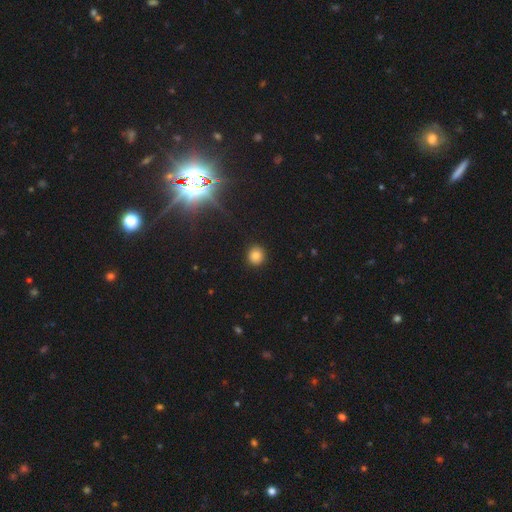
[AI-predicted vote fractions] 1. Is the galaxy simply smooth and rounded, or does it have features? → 83% smooth, 13% star or artifact, 5% featured or disk.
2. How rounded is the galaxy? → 89% round, 10% in between, 1% cigar-shaped.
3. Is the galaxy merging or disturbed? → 92% none, 5% minor disturbance, 2% major disturbance, 1% merger.